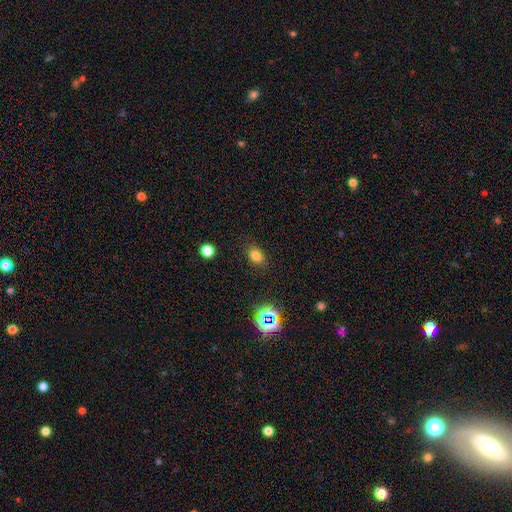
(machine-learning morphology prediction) A smooth galaxy with no disk features (77%) that is in between round and cigar-shaped (71%). Merging: none (85%).